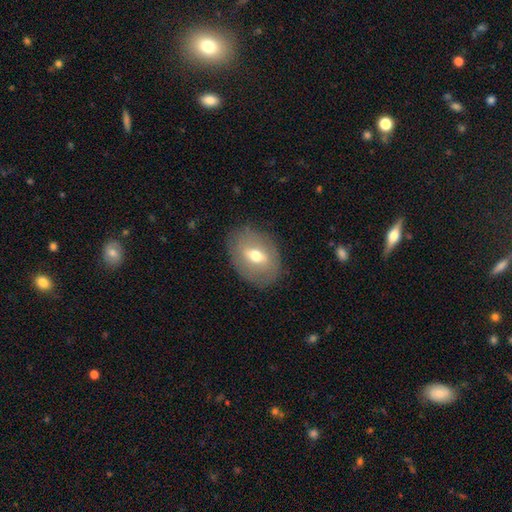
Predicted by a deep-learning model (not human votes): Smooth or featured? Predicted: smooth (p=0.47). Merging? Predicted: none (p=0.81).